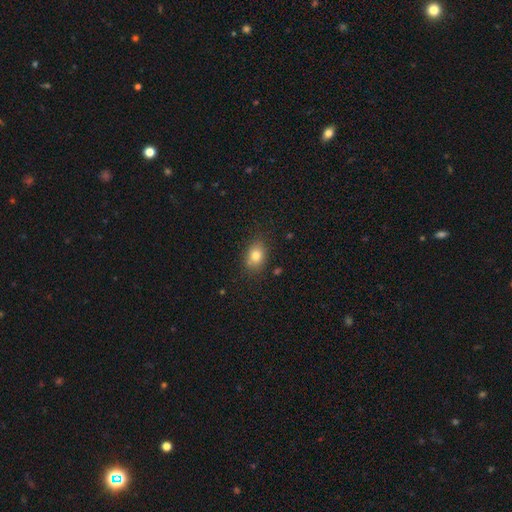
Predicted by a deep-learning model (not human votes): Smooth or featured?
  - smooth: 80% *
  - star or artifact: 10%
  - featured or disk: 9%
How rounded?
  - in between: 66% *
  - round: 32%
  - cigar-shaped: 1%
Merging?
  - none: 80% *
  - minor disturbance: 15%
  - major disturbance: 3%
  - merger: 2%